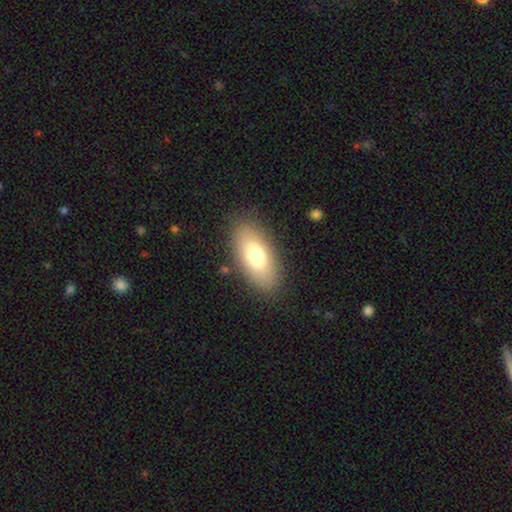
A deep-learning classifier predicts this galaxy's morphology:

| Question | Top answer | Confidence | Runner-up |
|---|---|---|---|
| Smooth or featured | smooth | 74% | featured or disk (18%) |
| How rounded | in between | 88% | cigar-shaped (9%) |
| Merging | none | 85% | minor disturbance (10%) |